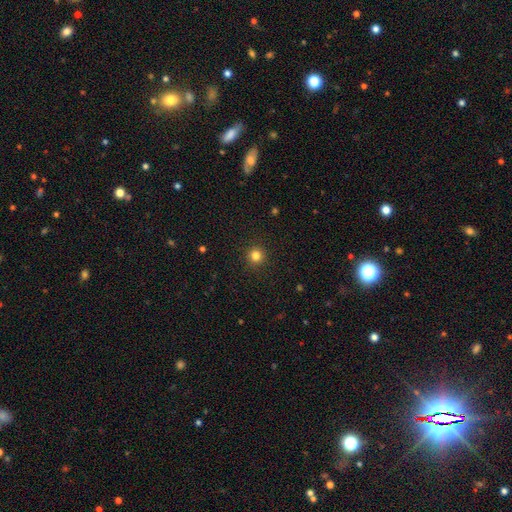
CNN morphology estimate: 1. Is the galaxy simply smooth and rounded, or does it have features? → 82% smooth, 14% star or artifact, 5% featured or disk.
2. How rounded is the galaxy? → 95% round, 4% in between, 1% cigar-shaped.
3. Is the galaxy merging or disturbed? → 92% none, 5% minor disturbance, 2% major disturbance, 1% merger.